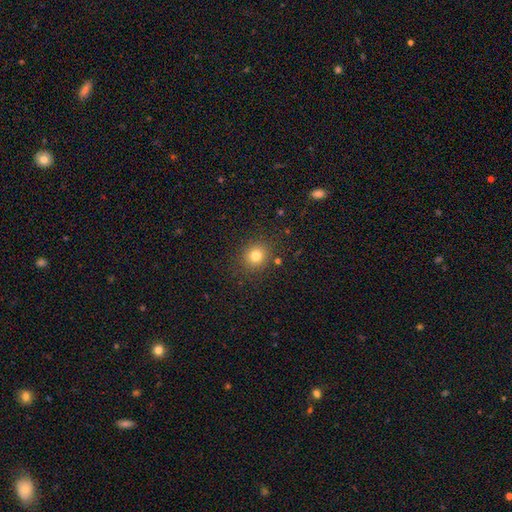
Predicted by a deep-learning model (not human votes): smooth_or_featured: smooth (p=0.79) [alt: star or artifact p=0.14]
how_rounded: round (p=0.86) [alt: in between p=0.13]
merging: none (p=0.86) [alt: minor disturbance p=0.08]